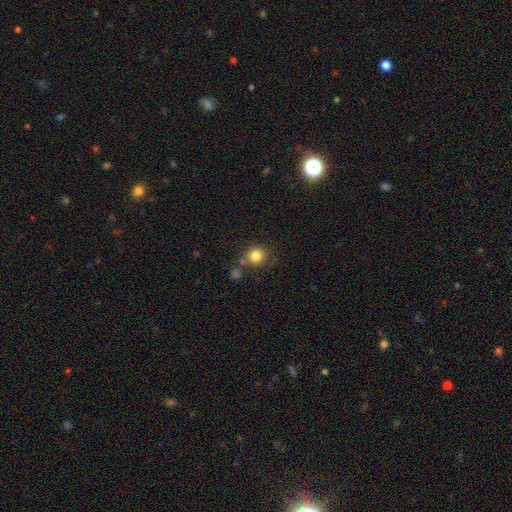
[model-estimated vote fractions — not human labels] Smooth or featured?
  - smooth: 82% *
  - star or artifact: 11%
  - featured or disk: 7%
How rounded?
  - round: 89% *
  - in between: 10%
  - cigar-shaped: 1%
Merging?
  - none: 67% *
  - merger: 16%
  - minor disturbance: 12%
  - major disturbance: 5%